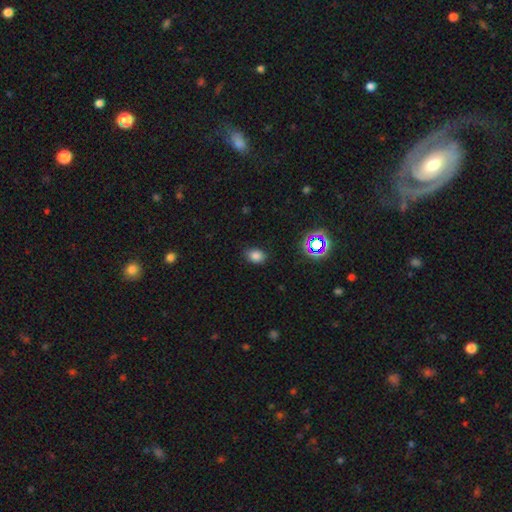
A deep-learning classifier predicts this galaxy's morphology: Smooth or featured: smooth — 79% (star or artifact — 16%)
How rounded: in between — 64% (round — 35%)
Merging: none — 79% (minor disturbance — 16%)